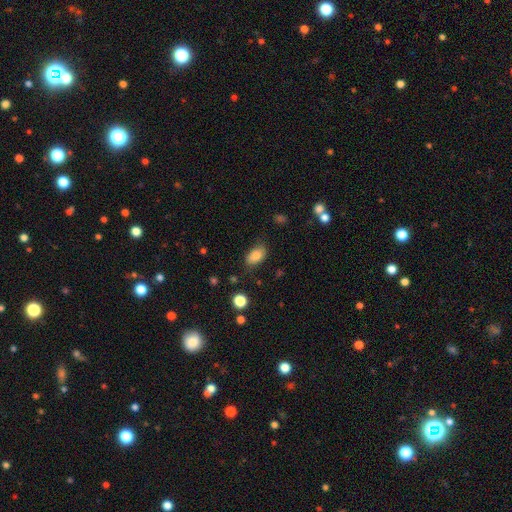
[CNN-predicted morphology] This appears to be a smooth galaxy with no disk features (86%) that is in between round and cigar-shaped (90%). Merging: none (75%).